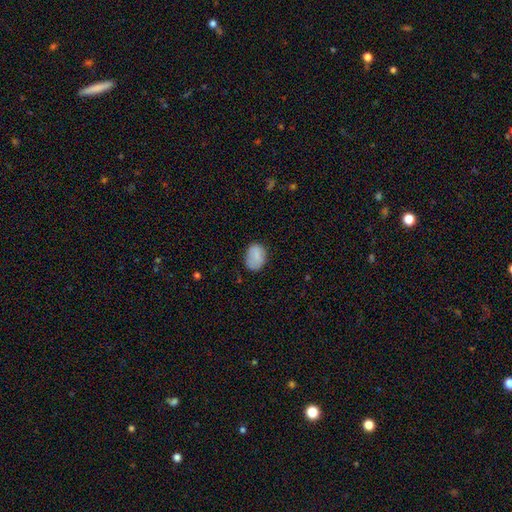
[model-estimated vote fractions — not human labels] Smooth or featured: smooth — 84% (featured or disk — 8%)
How rounded: in between — 72% (round — 27%)
Merging: none — 74% (minor disturbance — 20%)